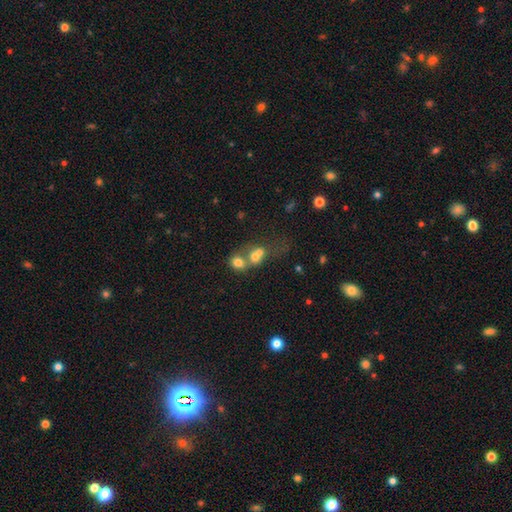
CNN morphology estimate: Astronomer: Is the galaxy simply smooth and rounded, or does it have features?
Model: smooth — 65%.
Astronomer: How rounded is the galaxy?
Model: round — 70%.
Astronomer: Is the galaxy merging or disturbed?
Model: merger — 67%.